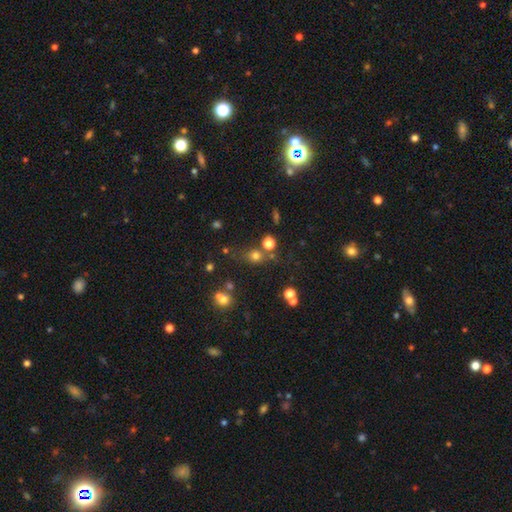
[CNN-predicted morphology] type=smooth (65%); roundness=round (81%); merging=none (65%).